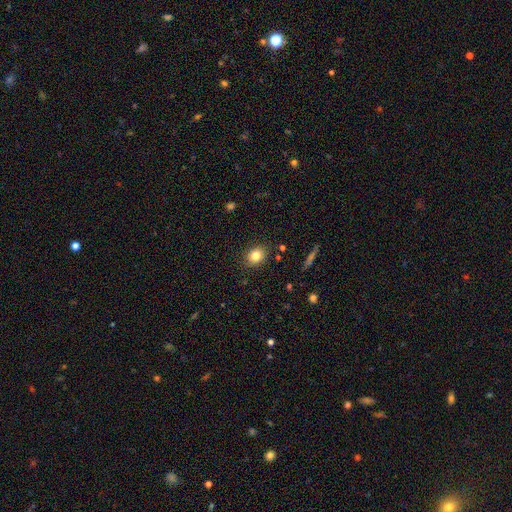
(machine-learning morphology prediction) smooth_or_featured: smooth (p=0.81) [alt: star or artifact p=0.11]
how_rounded: round (p=0.58) [alt: in between p=0.41]
merging: none (p=0.88) [alt: minor disturbance p=0.09]